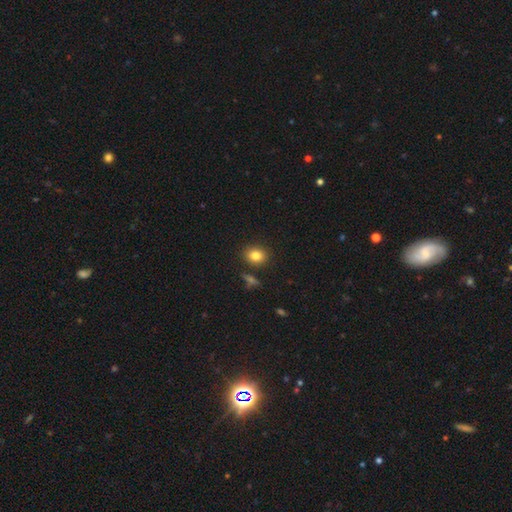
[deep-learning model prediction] A smooth galaxy with no disk features (83%) that is round (58%).

Vote fractions:
- Smooth or featured? smooth: 83% / star or artifact: 10% / featured or disk: 7%
- How rounded? round: 58% / in between: 41% / cigar-shaped: 1%
- Merging? none: 86% / minor disturbance: 8% / merger: 4% / major disturbance: 2%